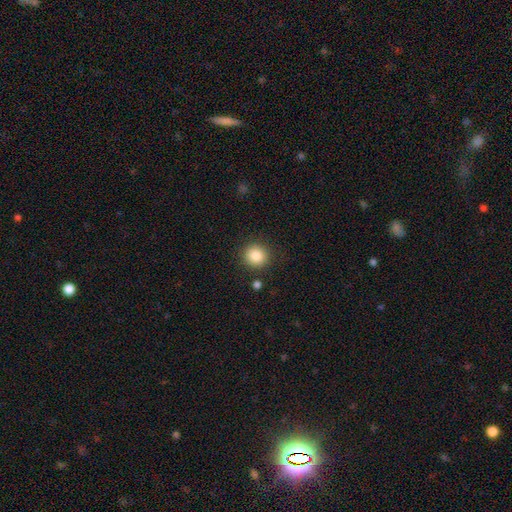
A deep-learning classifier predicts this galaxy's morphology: Smooth or featured? Predicted: smooth (p=0.86). How rounded? Predicted: round (p=0.91). Merging? Predicted: none (p=0.88).